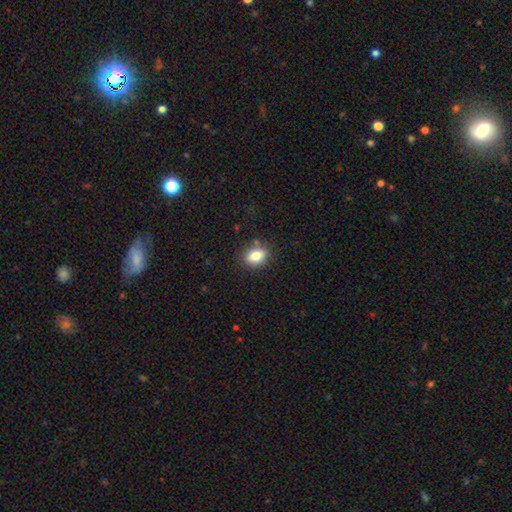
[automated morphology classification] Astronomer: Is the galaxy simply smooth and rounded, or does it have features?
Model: smooth — 81%.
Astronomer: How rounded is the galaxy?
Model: in between — 76%.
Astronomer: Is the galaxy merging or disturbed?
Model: none — 84%.